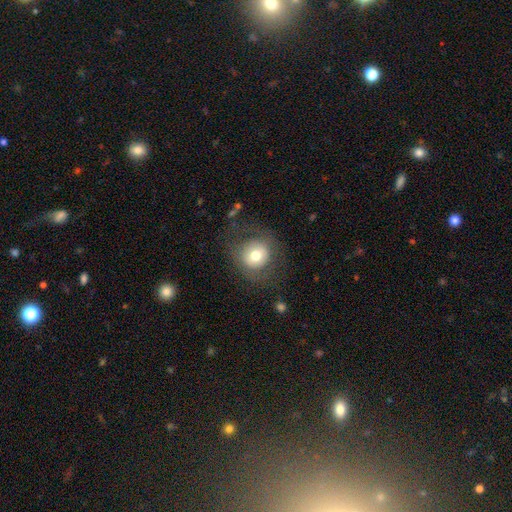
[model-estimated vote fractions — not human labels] smooth-or-featured: smooth: 69% | featured or disk: 21% | star or artifact: 10%
  how-rounded: round: 88% | in between: 11% | cigar-shaped: 1%
  merging: none: 72% | minor disturbance: 14% | major disturbance: 12% | merger: 2%